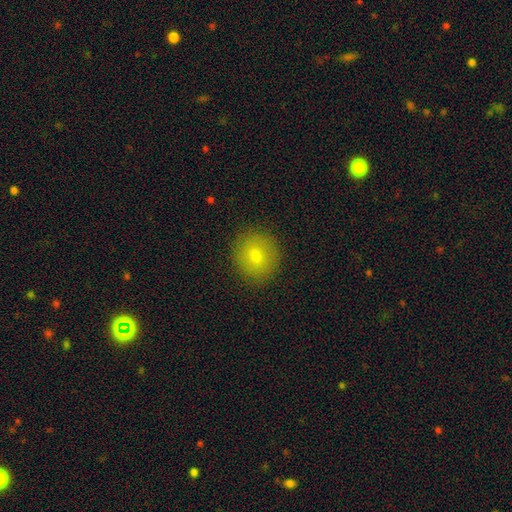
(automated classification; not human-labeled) This appears to be a smooth galaxy with no disk features (77%) that is round (81%). Merging: none (88%).